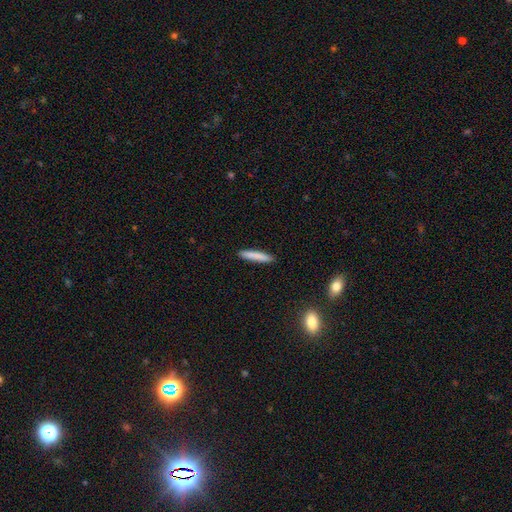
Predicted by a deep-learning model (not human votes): This appears to be a smooth galaxy with no disk features (83%) that is cigar-shaped (92%). Merging: none (91%).